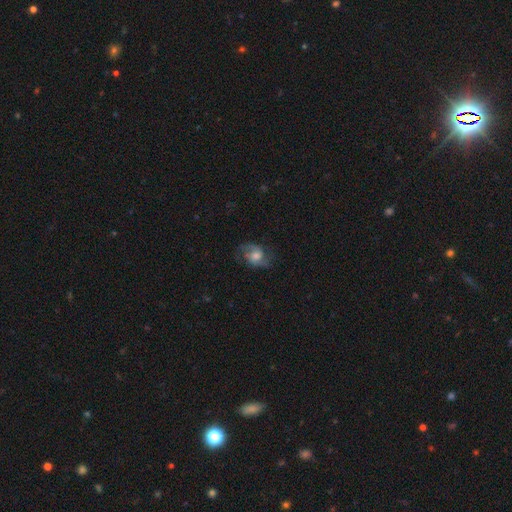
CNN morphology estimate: Smooth or featured: featured or disk — 69% (smooth — 23%)
Edge-on disk: no — 97% (yes — 3%)
Bar: no — 60% (weak — 34%)
Spiral arms: yes — 92% (no — 8%)
Spiral winding: medium — 47% (loose — 37%)
Spiral arm count: 2 — 87% (can't tell — 6%)
Bulge size: moderate — 44% (large — 31%)
Merging: none — 70% (minor disturbance — 19%)